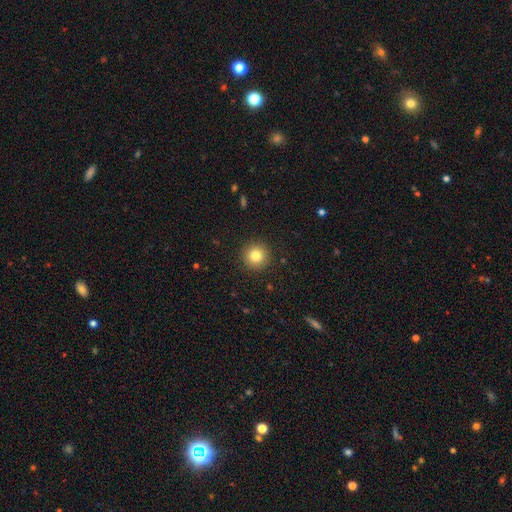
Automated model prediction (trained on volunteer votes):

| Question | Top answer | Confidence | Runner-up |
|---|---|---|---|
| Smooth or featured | smooth | 81% | star or artifact (11%) |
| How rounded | round | 95% | in between (4%) |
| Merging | none | 92% | minor disturbance (5%) |